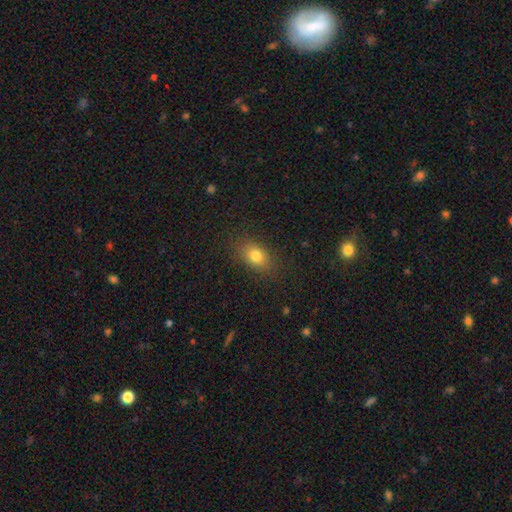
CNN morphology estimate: This appears to be a smooth galaxy with no disk features (79%) that is in between round and cigar-shaped (76%). Merging: none (85%).